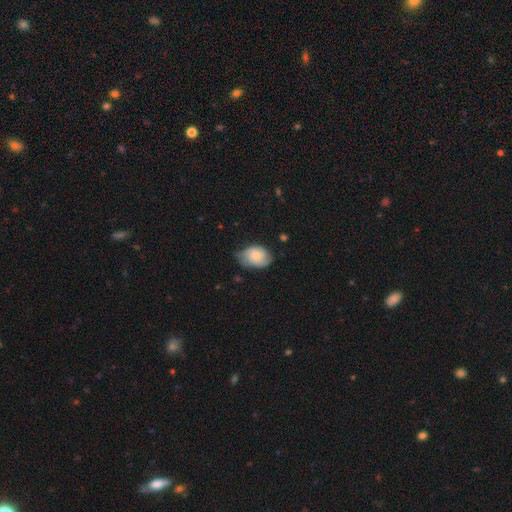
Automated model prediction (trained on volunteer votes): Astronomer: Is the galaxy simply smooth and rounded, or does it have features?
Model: smooth — 62%.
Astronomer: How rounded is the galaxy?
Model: in between — 77%.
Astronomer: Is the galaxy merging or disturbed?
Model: none — 52% (runner-up: minor disturbance, 37%).